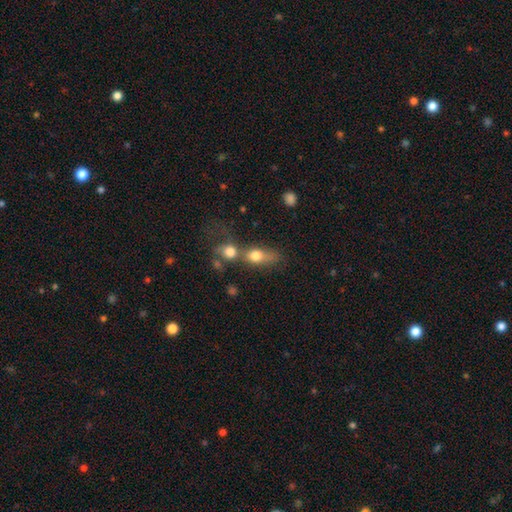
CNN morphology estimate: Smooth or featured? Predicted: smooth (p=0.73). How rounded? Predicted: in between (p=0.58). Merging? Predicted: merger (p=0.61).